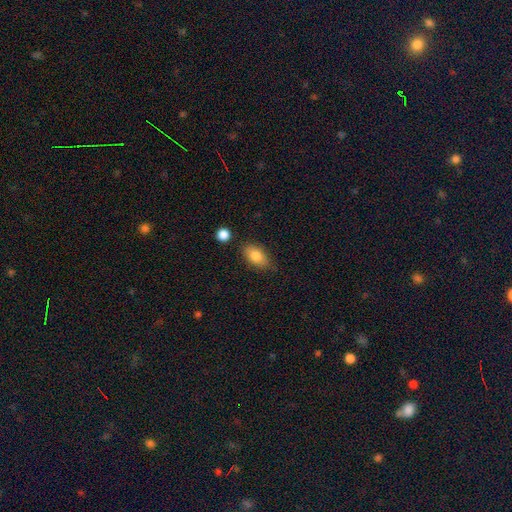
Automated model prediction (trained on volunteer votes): Smooth or featured?
  - smooth: 83% *
  - featured or disk: 10%
  - star or artifact: 7%
How rounded?
  - in between: 88% *
  - round: 8%
  - cigar-shaped: 4%
Merging?
  - none: 76% *
  - minor disturbance: 17%
  - merger: 4%
  - major disturbance: 4%